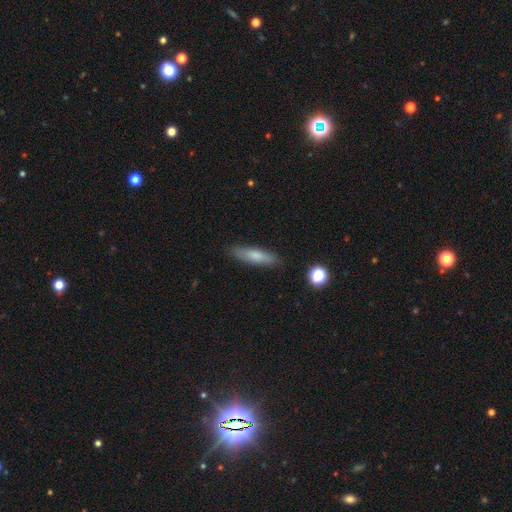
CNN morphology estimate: Smooth or featured? smooth (74%)
How rounded? cigar-shaped (68%)
Merging? none (85%)